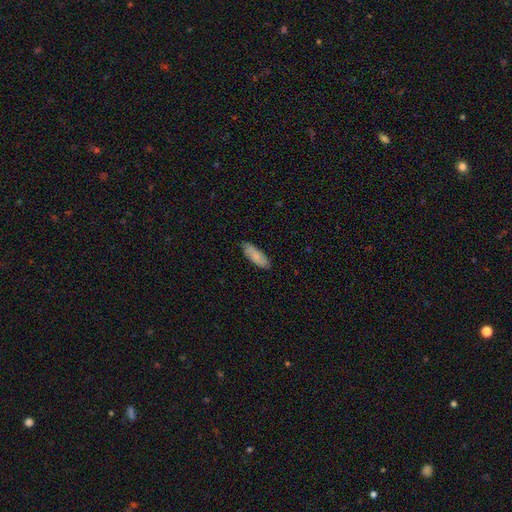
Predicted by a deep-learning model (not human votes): A smooth galaxy with no disk features (81%) that is in between round and cigar-shaped (62%). Merging: none (83%).